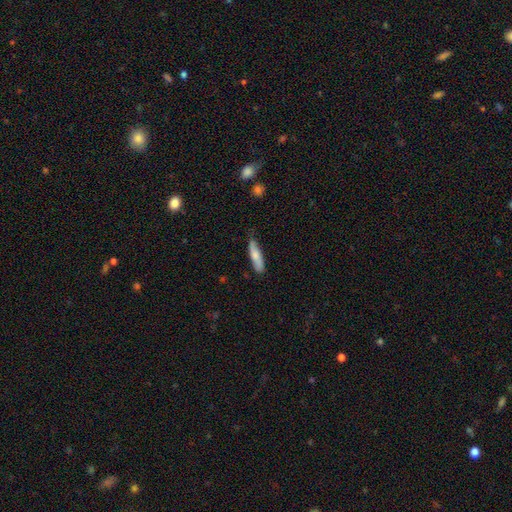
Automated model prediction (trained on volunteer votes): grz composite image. It shows a smooth galaxy with no disk features (71%) that is cigar-shaped (71%). Merging: none (68%).